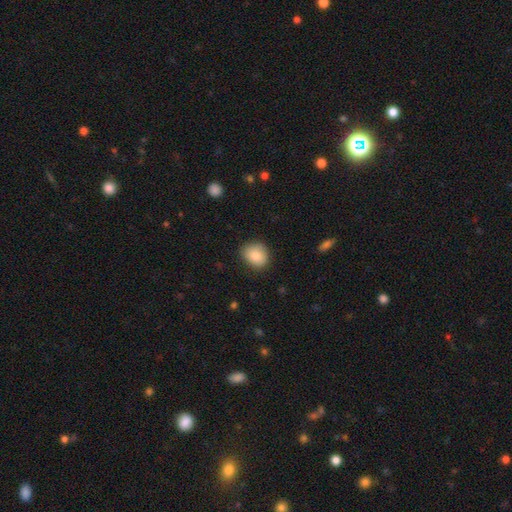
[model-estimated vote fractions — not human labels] Smooth or featured? Predicted: smooth (p=0.82). How rounded? Predicted: round (p=0.66). Merging? Predicted: none (p=0.80).